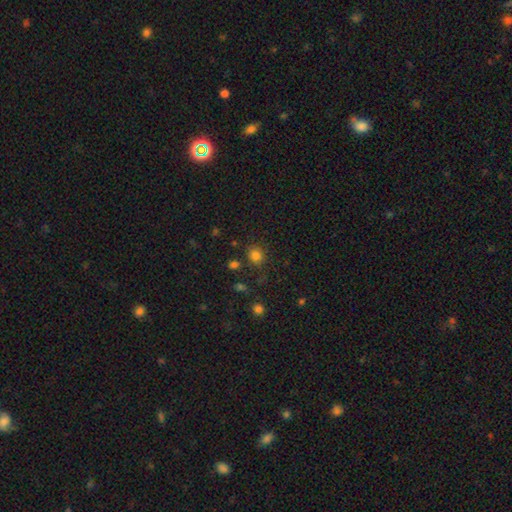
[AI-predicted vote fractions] smooth-or-featured: smooth: 80% | star or artifact: 14% | featured or disk: 5%
  how-rounded: round: 82% | in between: 17% | cigar-shaped: 1%
  merging: none: 81% | minor disturbance: 11% | merger: 4% | major disturbance: 4%